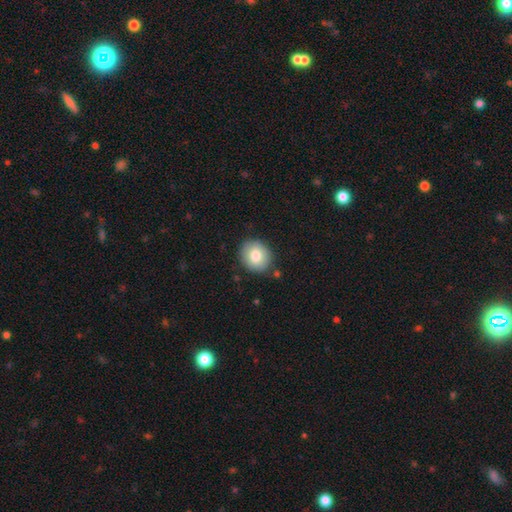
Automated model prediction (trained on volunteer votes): smooth_or_featured: smooth (p=0.79) [alt: featured or disk p=0.13]
how_rounded: round (p=0.77) [alt: in between p=0.22]
merging: none (p=0.86) [alt: minor disturbance p=0.09]